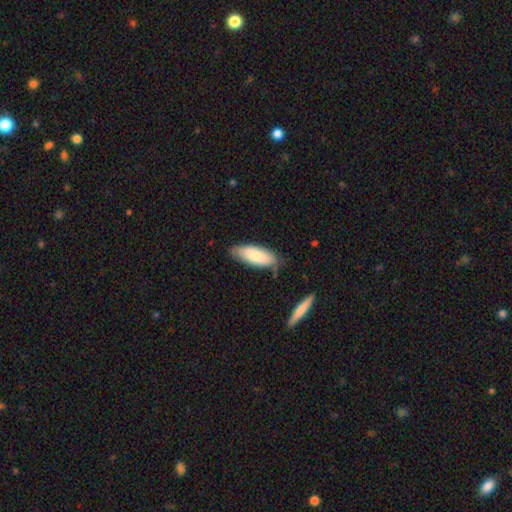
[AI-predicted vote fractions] Smooth or featured: smooth — 78% (featured or disk — 17%)
How rounded: in between — 74% (cigar-shaped — 24%)
Merging: none — 75% (minor disturbance — 19%)